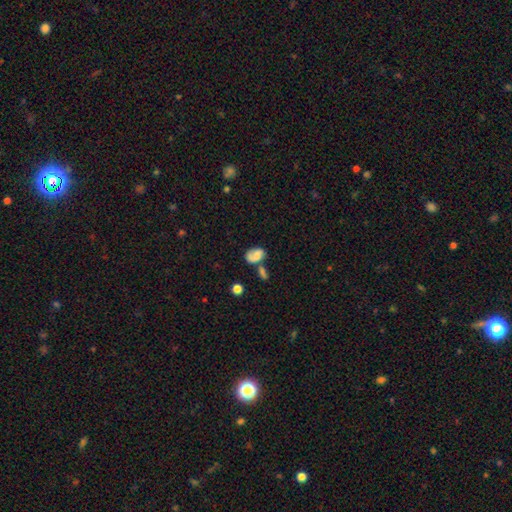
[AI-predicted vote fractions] smooth_or_featured: smooth (p=0.63) [alt: featured or disk p=0.27]
how_rounded: in between (p=0.82) [alt: round p=0.16]
merging: none (p=0.39) [alt: merger p=0.28]